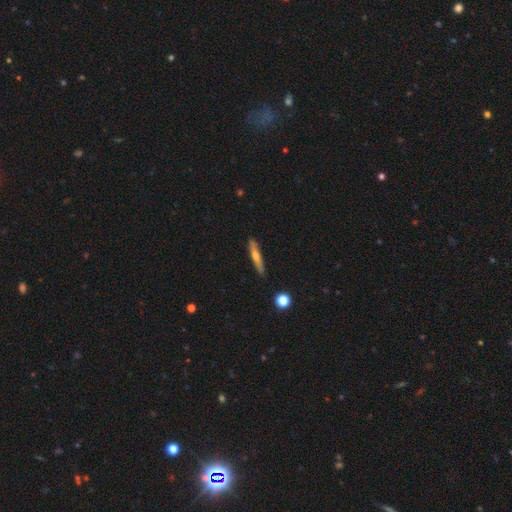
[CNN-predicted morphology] This is possibly a featured or disk galaxy (51%). It is clearly viewed edge-on (94%). Merging: clearly none (89%).